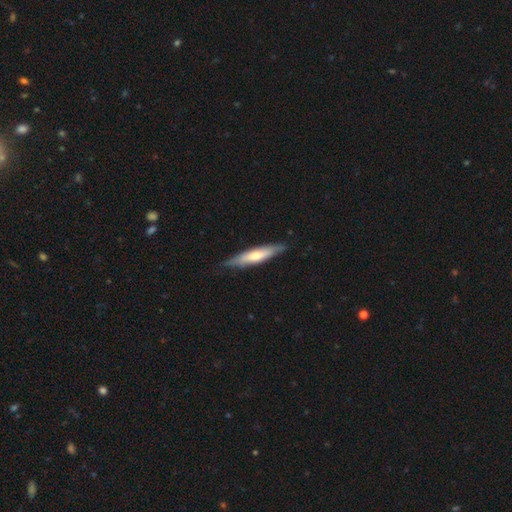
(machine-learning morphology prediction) Smooth or featured? Predicted: smooth (p=0.53). How rounded? Predicted: cigar-shaped (p=0.80). Merging? Predicted: none (p=0.79).